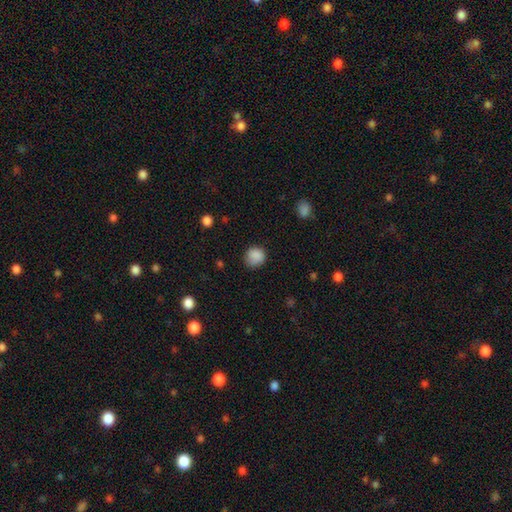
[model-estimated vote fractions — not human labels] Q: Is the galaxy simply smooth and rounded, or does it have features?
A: smooth — 87%.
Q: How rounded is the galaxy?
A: round — 85%.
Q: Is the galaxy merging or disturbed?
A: none — 74%.